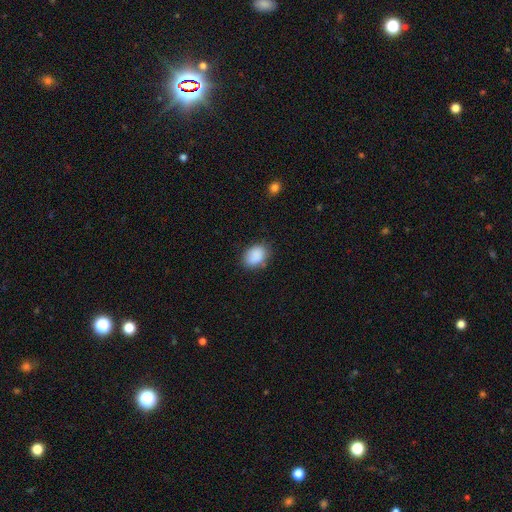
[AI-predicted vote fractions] The model was most divided on "how rounded": in between: 74%, round: 25%, cigar-shaped: 1%. More confident: smooth or featured — smooth (88%); merging — none (75%).